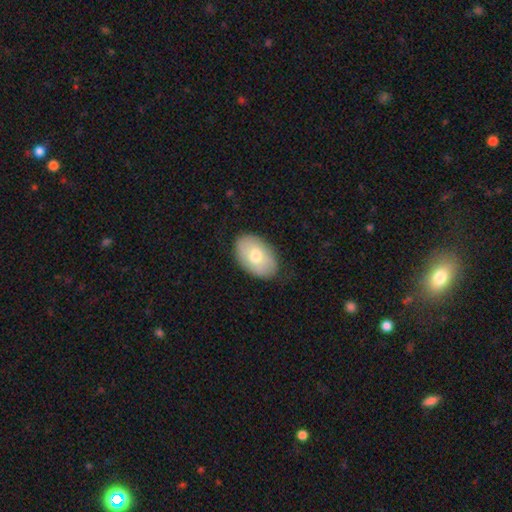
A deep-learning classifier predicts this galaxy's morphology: smooth 69%, featured or disk 24%, star or artifact 6%. Down the decision tree: how rounded — in between (90%); merging — none (83%).